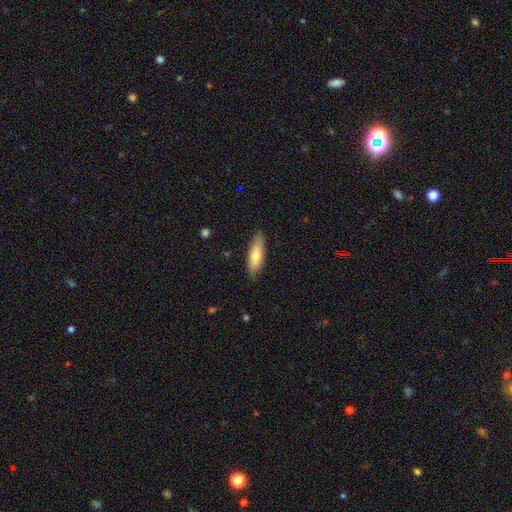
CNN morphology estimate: This is likely a smooth galaxy (72%). How rounded: possibly cigar-shaped (58%). Merging: clearly none (88%).